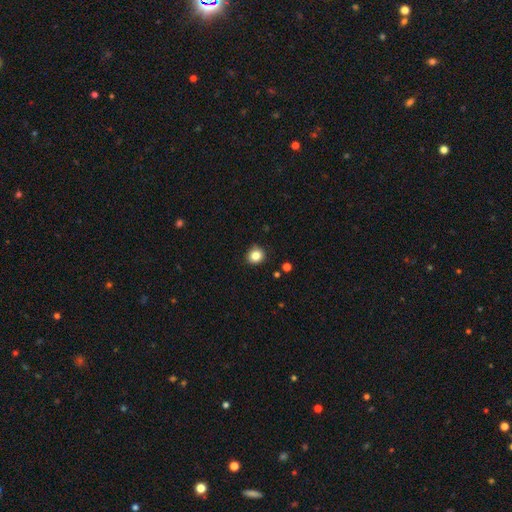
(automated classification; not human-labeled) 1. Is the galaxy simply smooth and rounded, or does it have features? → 84% smooth, 11% star or artifact, 5% featured or disk.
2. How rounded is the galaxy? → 89% round, 10% in between, 1% cigar-shaped.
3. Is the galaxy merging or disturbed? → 88% none, 8% minor disturbance, 2% major disturbance, 1% merger.